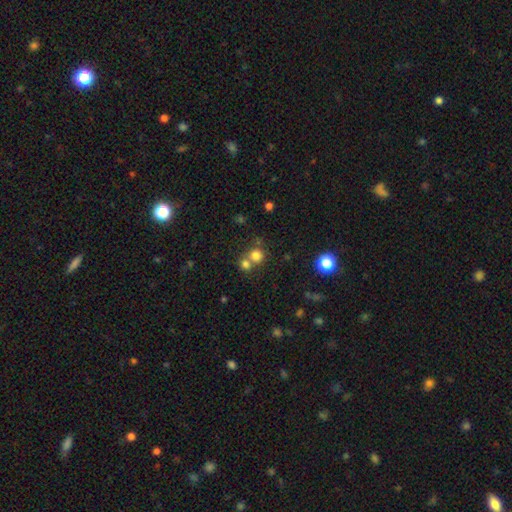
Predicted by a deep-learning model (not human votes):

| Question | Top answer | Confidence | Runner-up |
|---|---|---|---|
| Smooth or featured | smooth | 76% | star or artifact (16%) |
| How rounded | round | 89% | in between (10%) |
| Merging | none | 51% | merger (40%) |